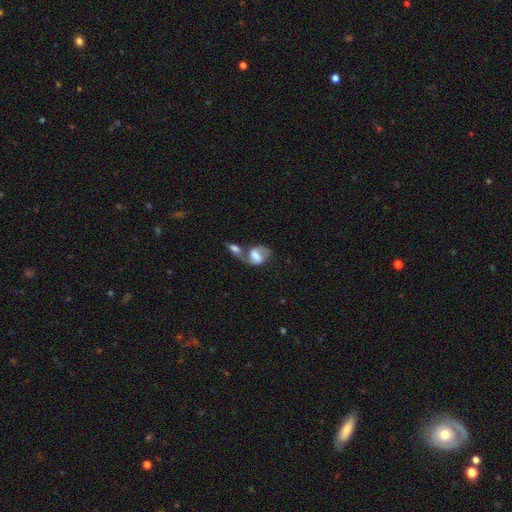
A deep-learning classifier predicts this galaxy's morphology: type=featured or disk (46%); merging=merger (62%).